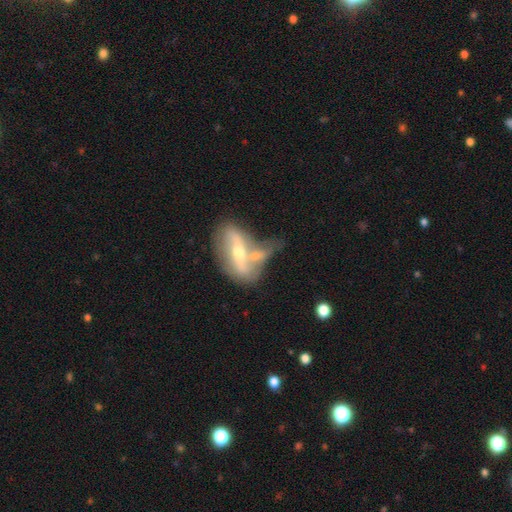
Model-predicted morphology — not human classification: This appears to be a featured or disk galaxy (61%). Merging: merger (47%).